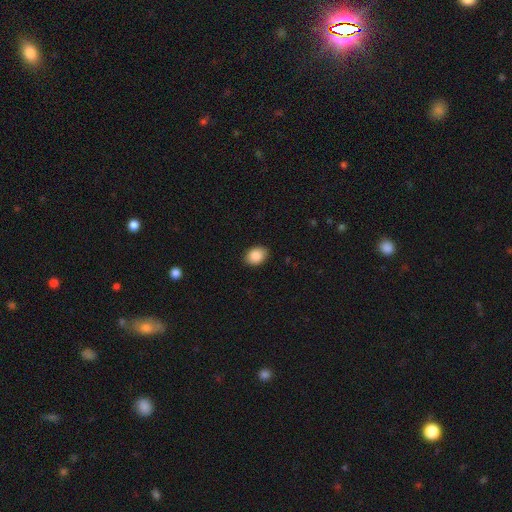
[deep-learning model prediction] Smooth or featured?
  - smooth: 89% *
  - star or artifact: 7%
  - featured or disk: 4%
How rounded?
  - in between: 72% *
  - round: 27%
  - cigar-shaped: 1%
Merging?
  - none: 86% *
  - minor disturbance: 11%
  - major disturbance: 2%
  - merger: 1%